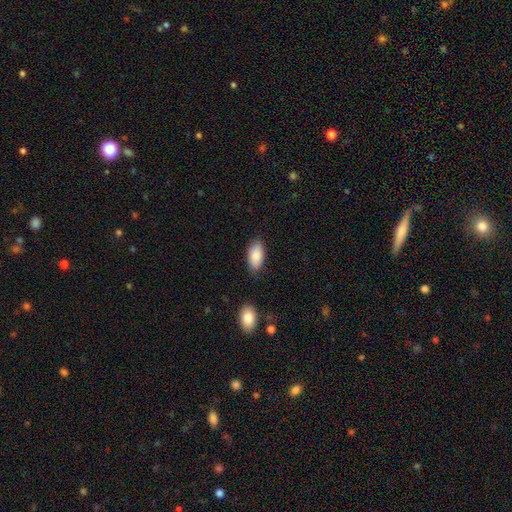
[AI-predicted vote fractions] smooth 89%, star or artifact 6%, featured or disk 5%. Down the decision tree: how rounded — in between (93%); merging — none (81%).